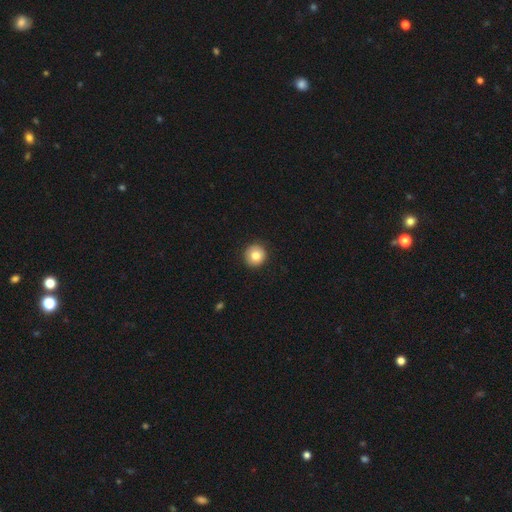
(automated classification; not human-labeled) smooth_or_featured: smooth (p=0.81) [alt: featured or disk p=0.10]
how_rounded: round (p=0.94) [alt: in between p=0.05]
merging: none (p=0.92) [alt: minor disturbance p=0.06]